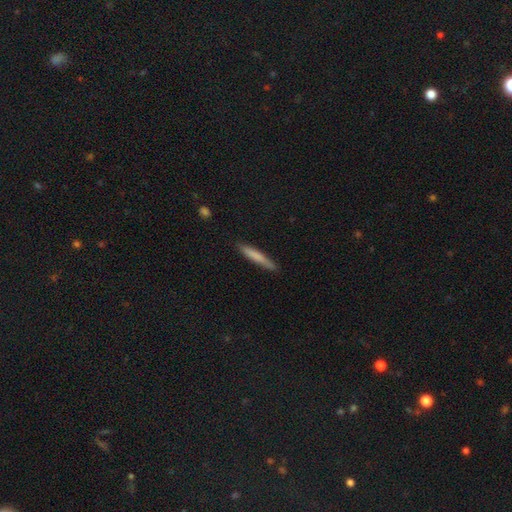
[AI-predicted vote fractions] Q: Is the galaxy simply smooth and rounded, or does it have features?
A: smooth — 73%.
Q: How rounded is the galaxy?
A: cigar-shaped — 94%.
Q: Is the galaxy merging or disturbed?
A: none — 86%.